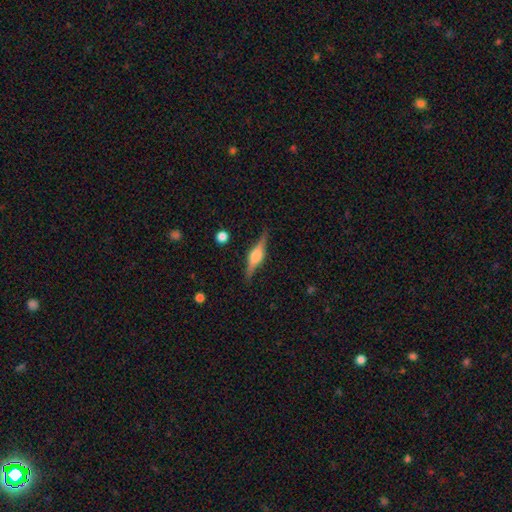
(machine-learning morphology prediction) smooth-or-featured: featured or disk: 75% | smooth: 19% | star or artifact: 7%
  disk-edge-on: yes: 97% | no: 3%
    edge-on-bulge: rounded: 82% | boxy: 16% | none: 2%
  merging: none: 87% | minor disturbance: 9% | major disturbance: 2% | merger: 1%